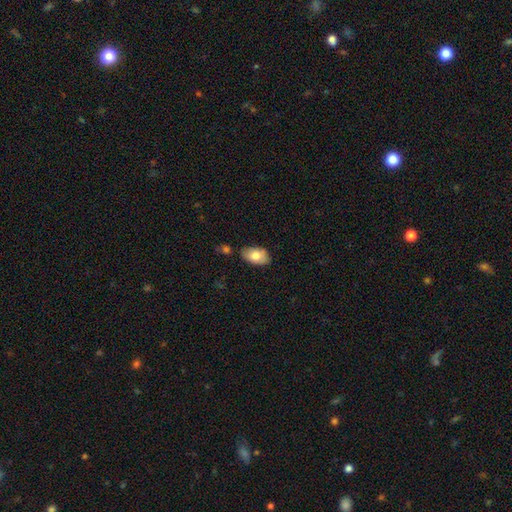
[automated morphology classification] Overall: smooth (77%). How rounded: in between (92%). Merging: none (78%).